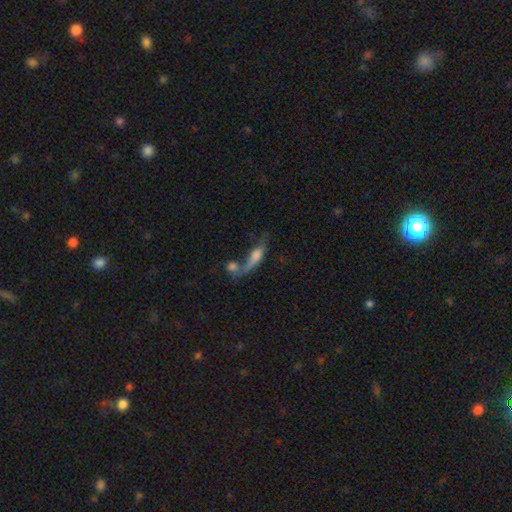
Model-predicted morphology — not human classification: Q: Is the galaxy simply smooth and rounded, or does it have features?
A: smooth — 55%.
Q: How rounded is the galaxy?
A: cigar-shaped — 49%.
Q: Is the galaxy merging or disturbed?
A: merger — 44%.